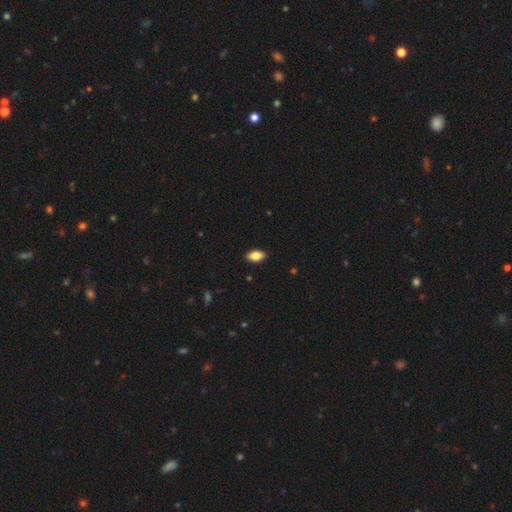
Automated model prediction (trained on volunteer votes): Smooth or featured: smooth — 83% (featured or disk — 10%)
How rounded: in between — 91% (round — 5%)
Merging: none — 89% (minor disturbance — 8%)